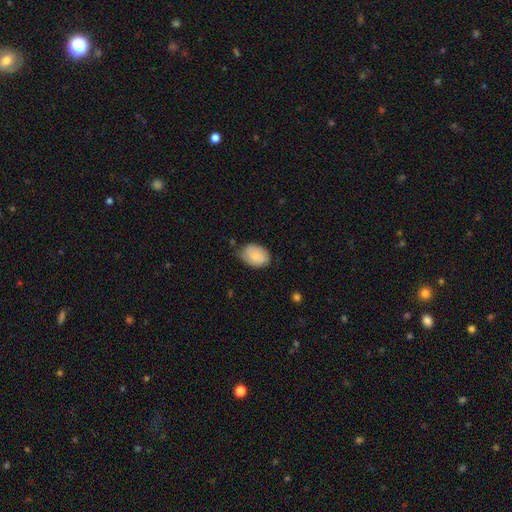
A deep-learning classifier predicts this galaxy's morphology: smooth_or_featured: smooth (p=0.79) [alt: featured or disk p=0.15]
how_rounded: in between (p=0.81) [alt: round p=0.18]
merging: none (p=0.53) [alt: minor disturbance p=0.38]